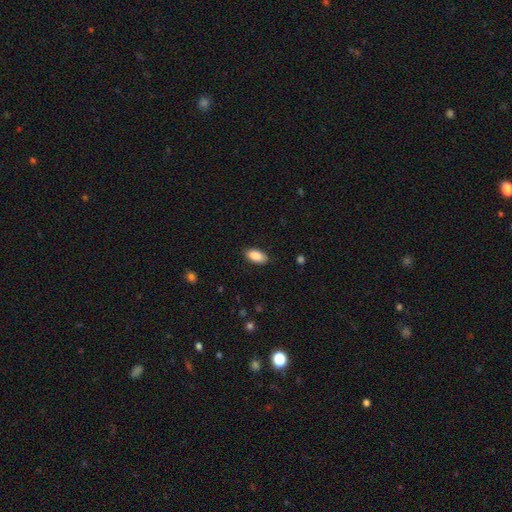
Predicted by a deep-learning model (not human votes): This appears to be a smooth galaxy with no disk features (89%) that is in between round and cigar-shaped (93%). Merging: none (85%).